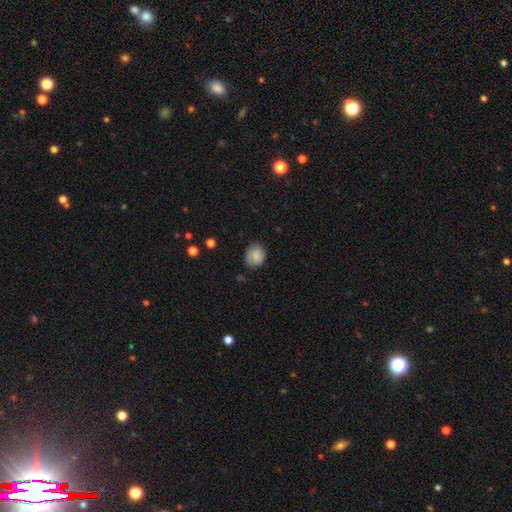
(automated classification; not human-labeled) smooth-or-featured: smooth: 83% | featured or disk: 9% | star or artifact: 8%
  how-rounded: round: 71% | in between: 28% | cigar-shaped: 1%
  merging: none: 77% | minor disturbance: 18% | major disturbance: 3% | merger: 1%